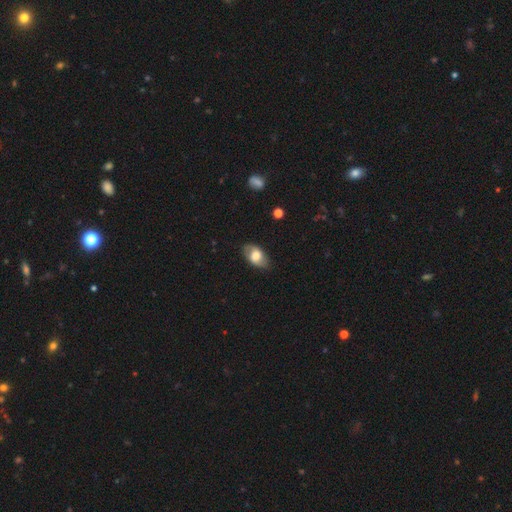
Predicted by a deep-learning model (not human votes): Smooth or featured? Predicted: smooth (p=0.61). How rounded? Predicted: in between (p=0.91). Merging? Predicted: none (p=0.77).